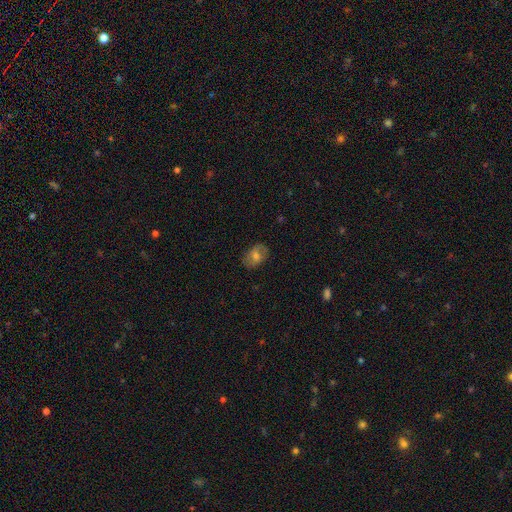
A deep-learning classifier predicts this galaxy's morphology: This appears to be a smooth galaxy with no disk features (57%) that is in between round and cigar-shaped (77%). Merging: none (78%).